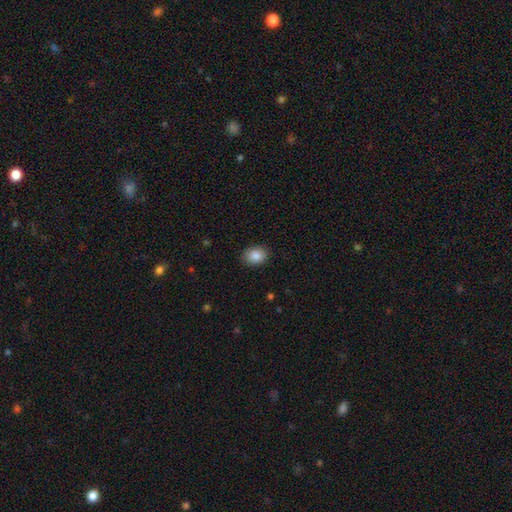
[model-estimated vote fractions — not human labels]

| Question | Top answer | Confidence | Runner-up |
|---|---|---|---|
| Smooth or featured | smooth | 86% | star or artifact (8%) |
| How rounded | in between | 66% | round (33%) |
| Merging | none | 88% | minor disturbance (9%) |